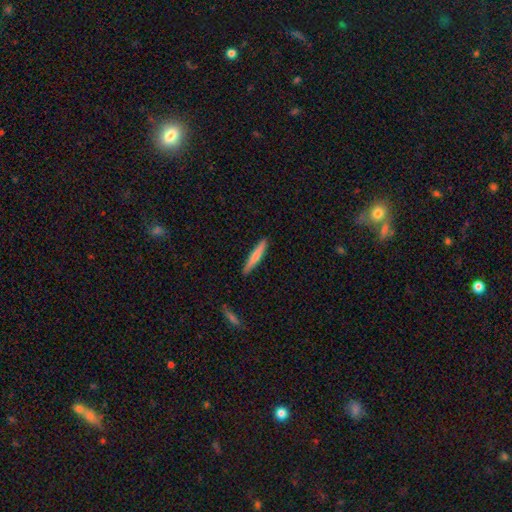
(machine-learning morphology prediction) smooth_or_featured: smooth (p=0.69) [alt: featured or disk p=0.25]
how_rounded: cigar-shaped (p=0.94) [alt: in between p=0.05]
merging: none (p=0.90) [alt: minor disturbance p=0.07]